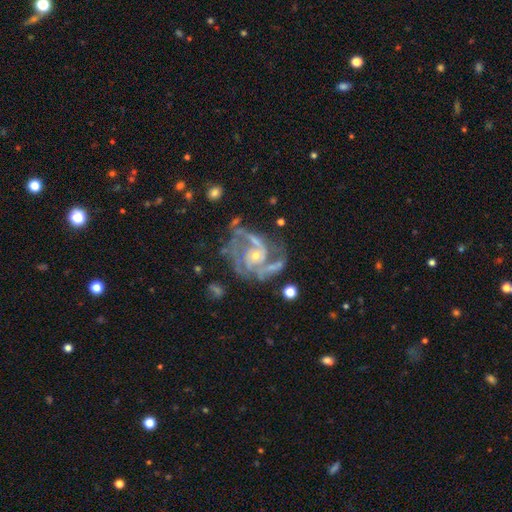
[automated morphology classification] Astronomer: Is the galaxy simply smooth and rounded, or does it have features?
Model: featured or disk — 87%.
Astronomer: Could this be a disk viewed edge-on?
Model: no — 98%.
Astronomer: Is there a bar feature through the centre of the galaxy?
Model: no — 55% (runner-up: weak, 33%).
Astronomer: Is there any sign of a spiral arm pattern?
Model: yes — 95%.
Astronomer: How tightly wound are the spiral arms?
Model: medium — 49% (runner-up: tight, 38%).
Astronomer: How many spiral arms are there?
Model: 2 — 33% (runner-up: 3, 30%).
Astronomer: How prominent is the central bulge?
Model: small — 65%.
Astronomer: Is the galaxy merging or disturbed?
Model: none — 55%.